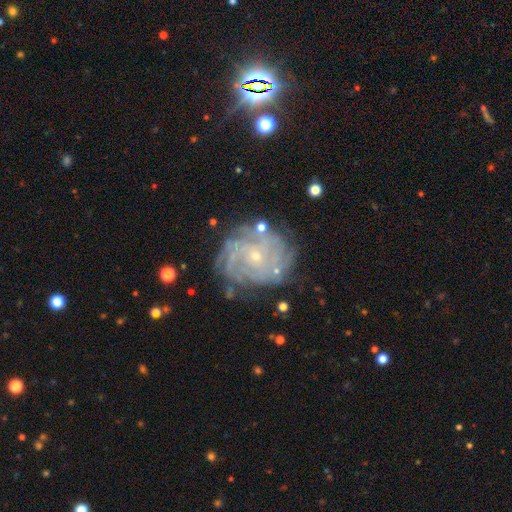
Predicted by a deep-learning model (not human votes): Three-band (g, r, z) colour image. It shows a featured or disk galaxy (82%) with no bar (77%), tight (72%) spiral arms (93%) and a small central bulge (82%). Merging: none (73%).